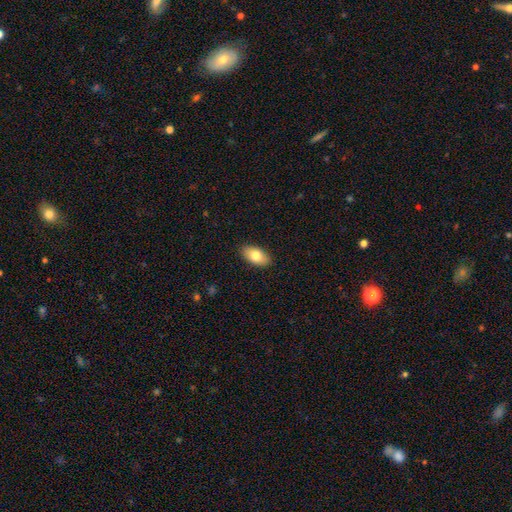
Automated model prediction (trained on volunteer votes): smooth 79%, featured or disk 14%, star or artifact 7%. Down the decision tree: how rounded — in between (93%); merging — none (89%).